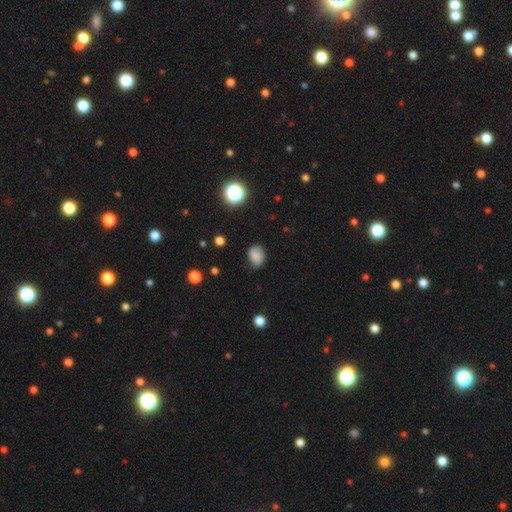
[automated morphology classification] Overall: smooth (82%). How rounded: in between (64%; round 35%). Merging: none (76%).